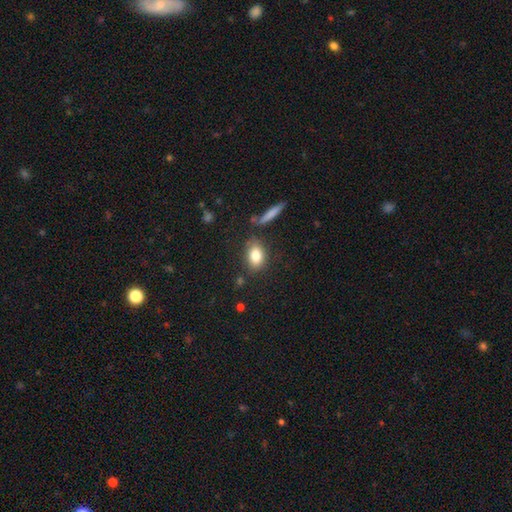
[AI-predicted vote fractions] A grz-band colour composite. It shows a smooth galaxy with no disk features (81%) that is in between round and cigar-shaped (78%). Merging: none (78%).